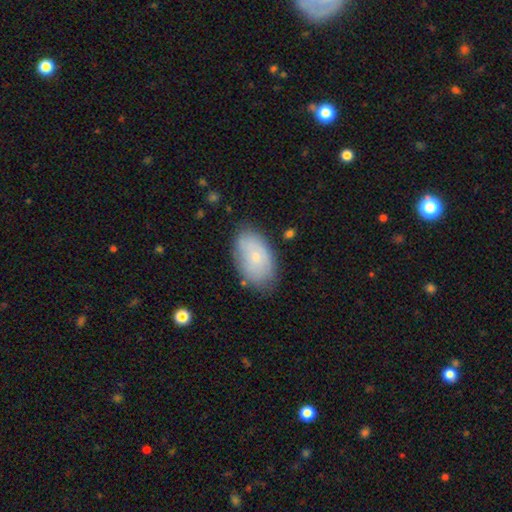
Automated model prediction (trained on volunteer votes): The model was most divided on "smooth or featured": smooth: 67%, featured or disk: 26%, star or artifact: 7%. More confident: how rounded — in between (93%); merging — none (75%).